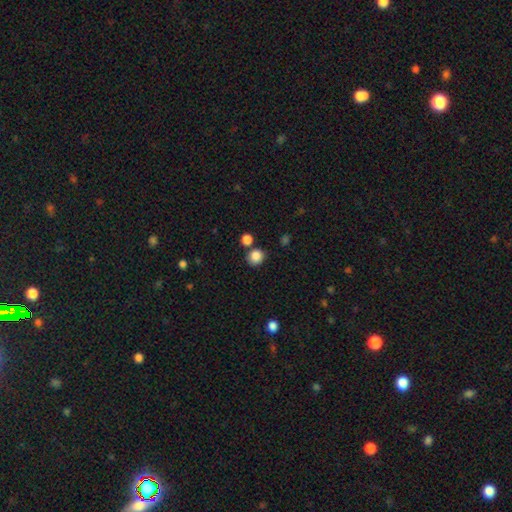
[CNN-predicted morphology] A smooth galaxy with no disk features (86%) that is round (79%).

Vote fractions:
- Smooth or featured? smooth: 86% / star or artifact: 10% / featured or disk: 4%
- How rounded? round: 79% / in between: 20% / cigar-shaped: 1%
- Merging? none: 74% / merger: 12% / minor disturbance: 10% / major disturbance: 3%